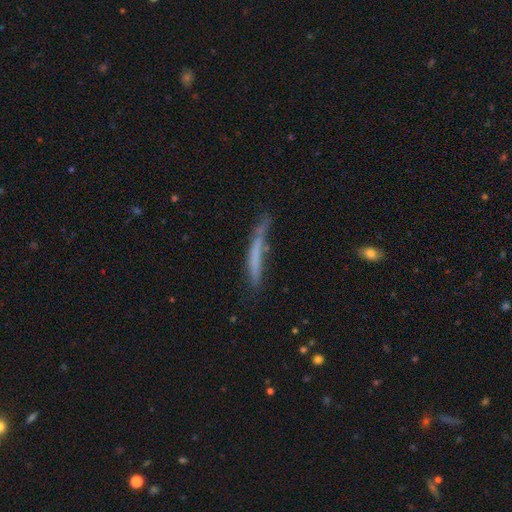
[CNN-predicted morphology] smooth-or-featured: smooth: 55% | featured or disk: 35% | star or artifact: 9%
  how-rounded: cigar-shaped: 94% | in between: 5% | round: 1%
  merging: none: 51% | minor disturbance: 27% | major disturbance: 15% | merger: 7%